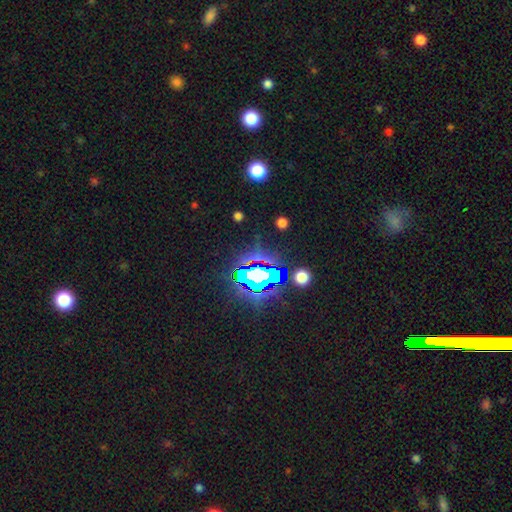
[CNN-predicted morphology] Smooth or featured?
  - star or artifact: 81% *
  - smooth: 11%
  - featured or disk: 8%